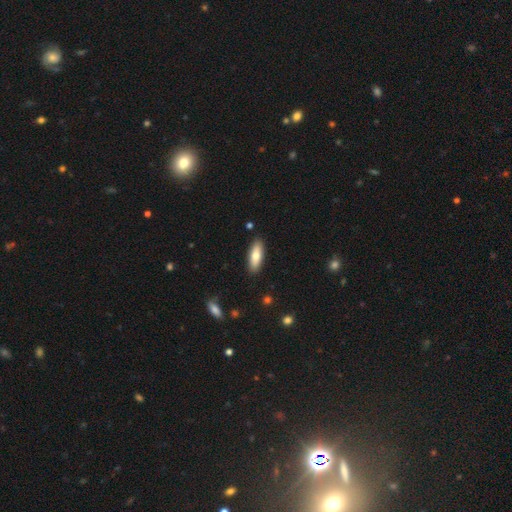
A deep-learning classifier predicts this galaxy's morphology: Q: Smooth or featured?
A: smooth (74%); runner-up: featured or disk (20%)
Q: How rounded?
A: in between (63%); runner-up: cigar-shaped (35%)
Q: Merging?
A: none (88%); runner-up: minor disturbance (9%)